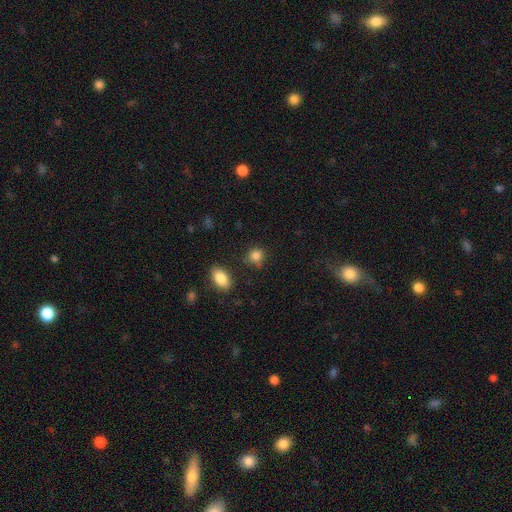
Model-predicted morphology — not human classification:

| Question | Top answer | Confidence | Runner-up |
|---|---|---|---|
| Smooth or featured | smooth | 85% | star or artifact (11%) |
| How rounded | round | 77% | in between (22%) |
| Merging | none | 74% | minor disturbance (16%) |